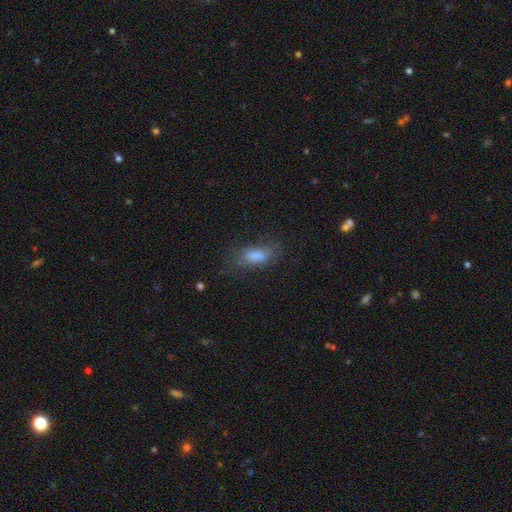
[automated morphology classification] A smooth galaxy with no disk features (65%) that is in between round and cigar-shaped (70%). Merging: none (55%).